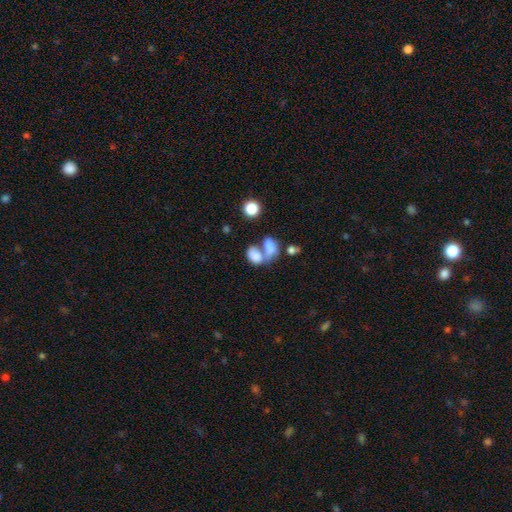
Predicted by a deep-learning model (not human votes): smooth_or_featured: smooth (p=0.78) [alt: featured or disk p=0.13]
how_rounded: in between (p=0.86) [alt: round p=0.12]
merging: merger (p=0.63) [alt: none p=0.21]